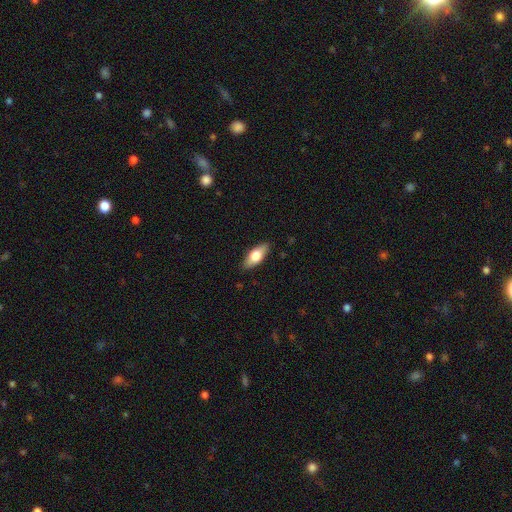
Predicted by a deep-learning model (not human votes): A smooth galaxy with no disk features (65%) that is in between round and cigar-shaped (77%). Merging: none (86%).